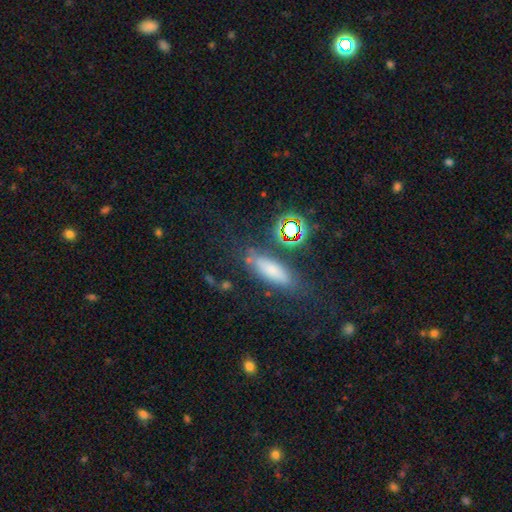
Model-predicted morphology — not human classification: Smooth or featured: smooth — 46% (featured or disk — 35%)
Merging: none — 68% (minor disturbance — 16%)